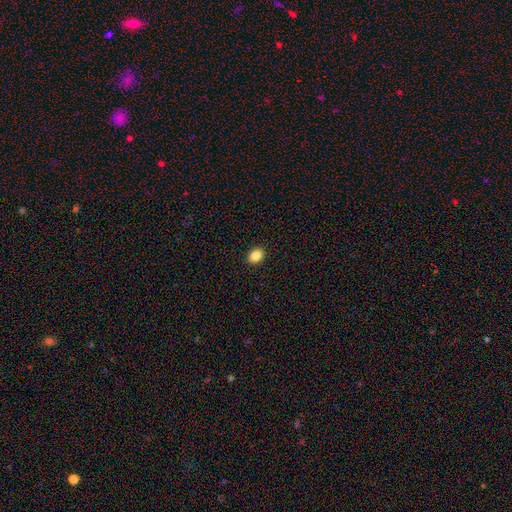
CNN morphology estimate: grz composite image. It shows a smooth galaxy with no disk features (86%) that is in between round and cigar-shaped (50%). Merging: none (92%).